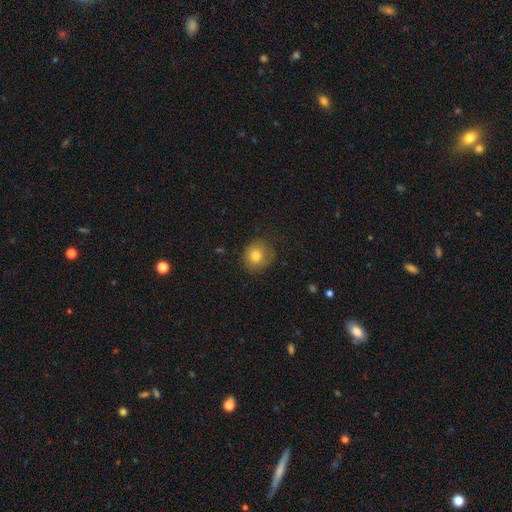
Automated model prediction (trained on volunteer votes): smooth-or-featured: smooth: 80% | star or artifact: 10% | featured or disk: 10%
  how-rounded: round: 84% | in between: 15% | cigar-shaped: 1%
  merging: none: 76% | minor disturbance: 17% | major disturbance: 5% | merger: 1%